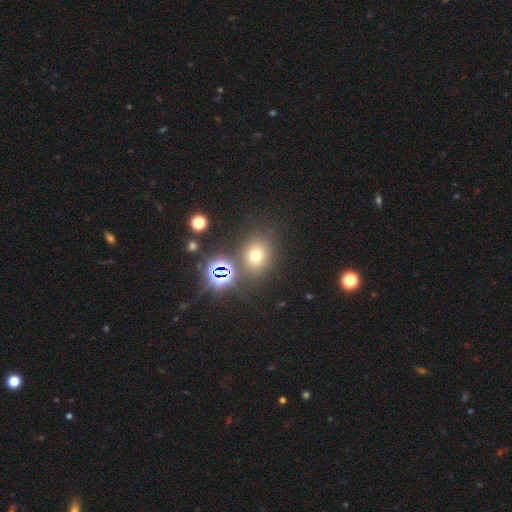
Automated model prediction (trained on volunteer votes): Morphology: type=smooth (62%); roundness=round (64%); merging=none (77%).